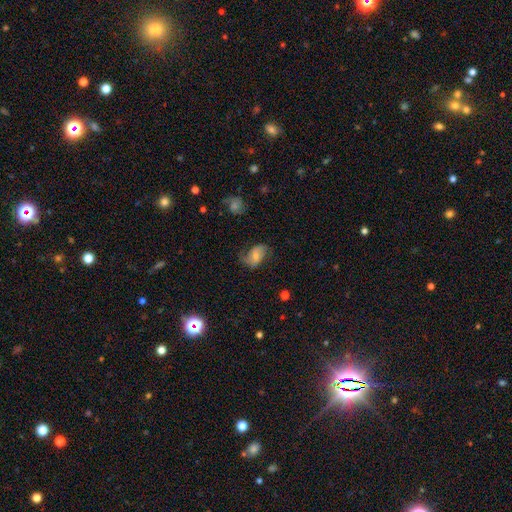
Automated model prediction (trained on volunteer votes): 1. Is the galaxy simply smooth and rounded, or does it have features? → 47% featured or disk, 44% smooth, 10% star or artifact.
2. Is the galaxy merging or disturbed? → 53% none, 27% minor disturbance, 18% major disturbance, 2% merger.